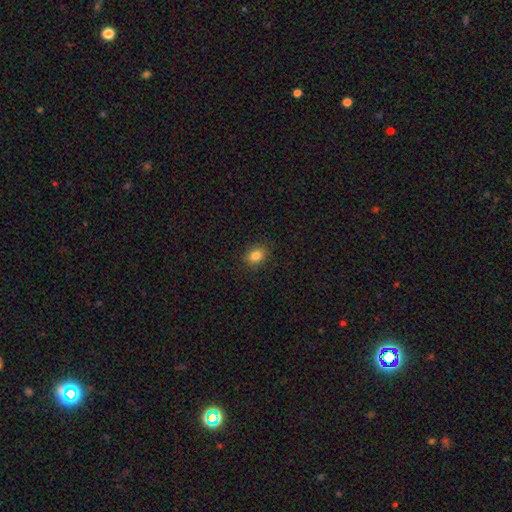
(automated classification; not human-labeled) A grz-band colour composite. It shows a smooth galaxy with no disk features (83%) that is round (55%). Merging: none (89%).